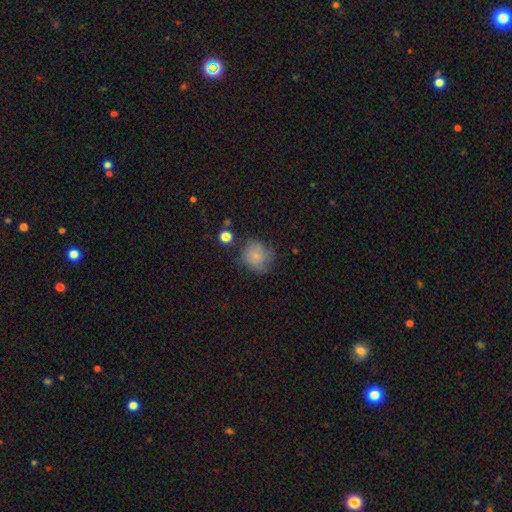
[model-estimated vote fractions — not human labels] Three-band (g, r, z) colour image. It shows a smooth galaxy with no disk features (75%) that is round (81%). Merging: none (60%).